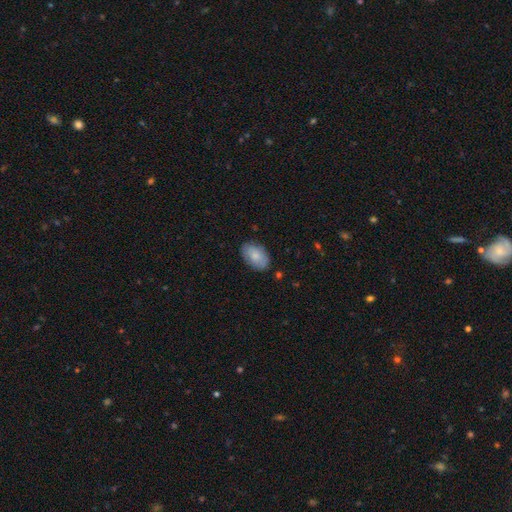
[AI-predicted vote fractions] Smooth or featured? Predicted: smooth (p=0.82). How rounded? Predicted: in between (p=0.91). Merging? Predicted: none (p=0.83).